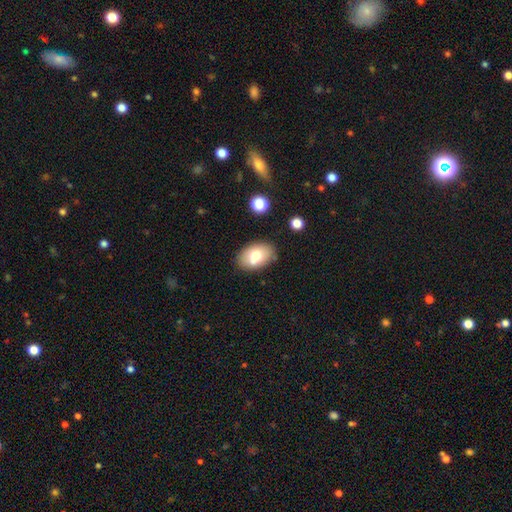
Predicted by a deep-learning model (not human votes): This appears to be a smooth galaxy with no disk features (72%) that is in between round and cigar-shaped (86%). Merging: none (78%).